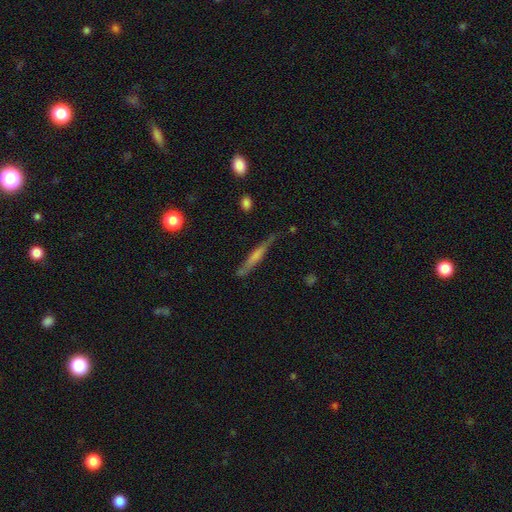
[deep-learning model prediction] A featured or disk galaxy (51%) viewed edge-on (93%). Merging: none (74%).